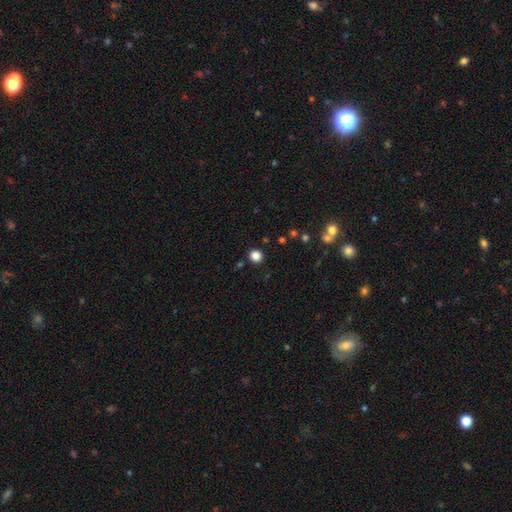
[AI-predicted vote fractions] smooth 84%, star or artifact 13%, featured or disk 3%. Down the decision tree: how rounded — round (89%); merging — none (90%).